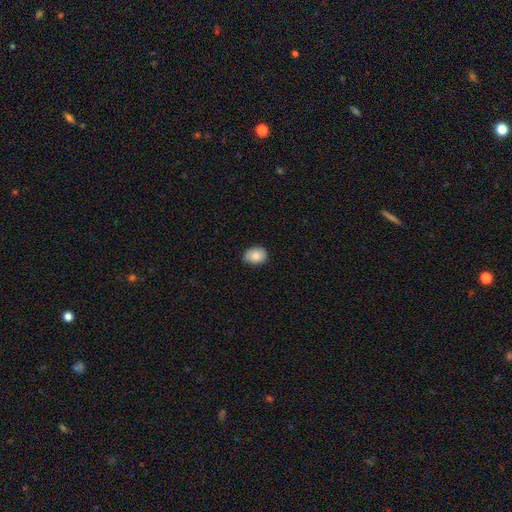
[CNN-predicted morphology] Overall: smooth (85%). How rounded: in between (73%). Merging: none (75%).